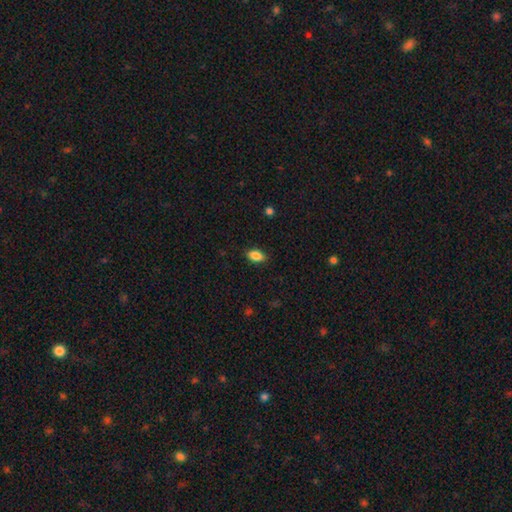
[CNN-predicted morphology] smooth-or-featured: smooth: 86% | star or artifact: 8% | featured or disk: 5%
  how-rounded: in between: 90% | round: 7% | cigar-shaped: 4%
  merging: none: 87% | minor disturbance: 10% | major disturbance: 2% | merger: 1%